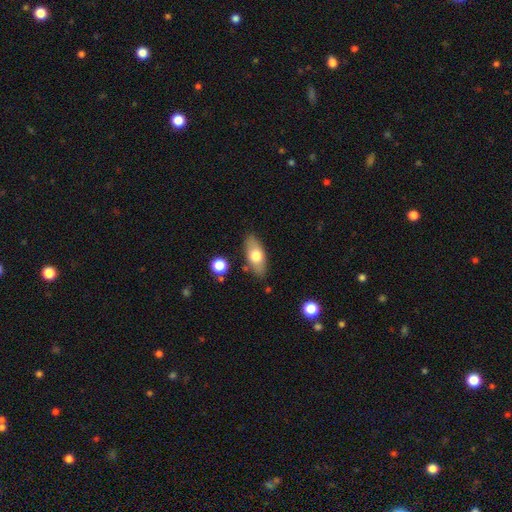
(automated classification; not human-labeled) Morphology: type=smooth (66%); roundness=in between (82%); merging=none (83%).